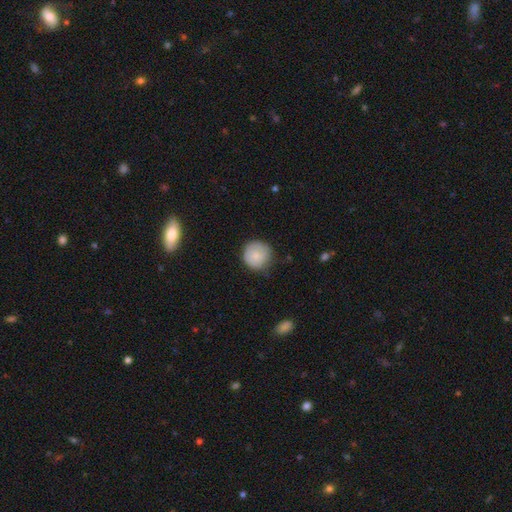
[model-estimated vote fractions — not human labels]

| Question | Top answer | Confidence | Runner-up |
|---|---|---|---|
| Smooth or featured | smooth | 80% | featured or disk (12%) |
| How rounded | round | 94% | in between (5%) |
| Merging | none | 77% | minor disturbance (18%) |